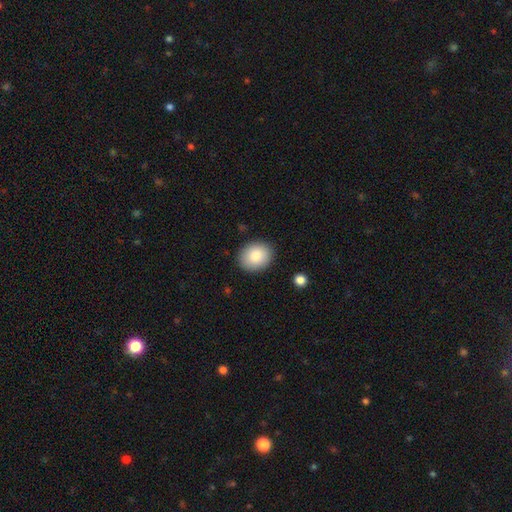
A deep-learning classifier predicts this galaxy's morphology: Overall: smooth (84%). How rounded: round (55%; in between 45%). Merging: none (88%).